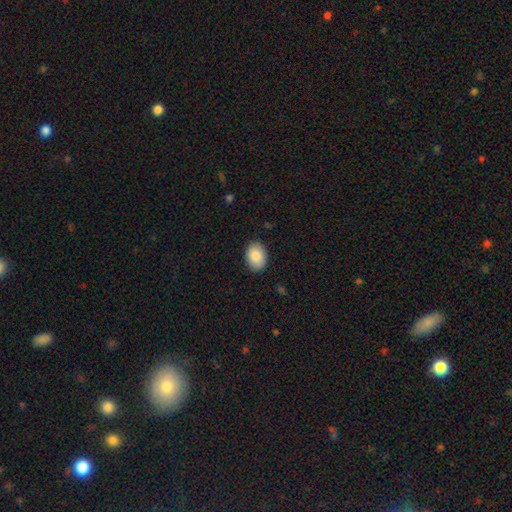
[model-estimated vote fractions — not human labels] Overall: smooth (85%). How rounded: in between (78%). Merging: none (88%).